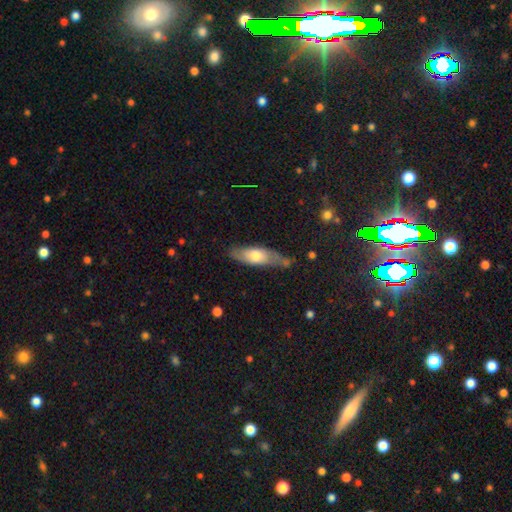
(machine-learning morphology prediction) type=smooth (56%); roundness=in between (55%); merging=none (62%).